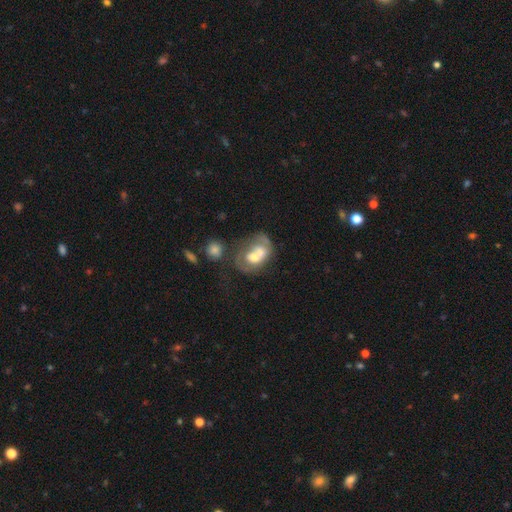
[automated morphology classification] The model was most divided on "smooth or featured": featured or disk: 50%, smooth: 42%, star or artifact: 8%. More confident: merging — merger (68%).